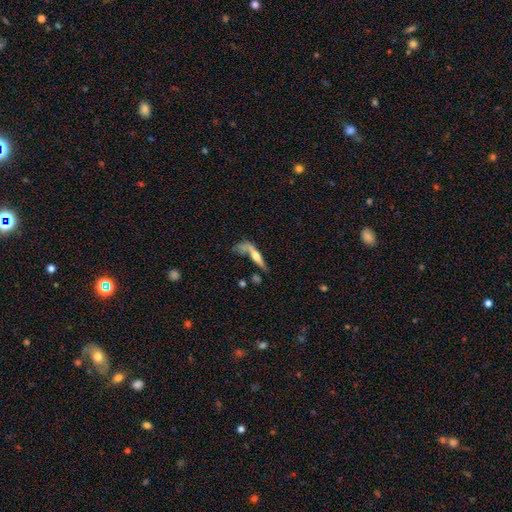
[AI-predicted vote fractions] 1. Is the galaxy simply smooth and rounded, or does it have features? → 50% featured or disk, 42% smooth, 8% star or artifact.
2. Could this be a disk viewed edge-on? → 82% yes, 18% no.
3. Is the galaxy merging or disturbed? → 39% none, 22% major disturbance, 21% minor disturbance, 18% merger.